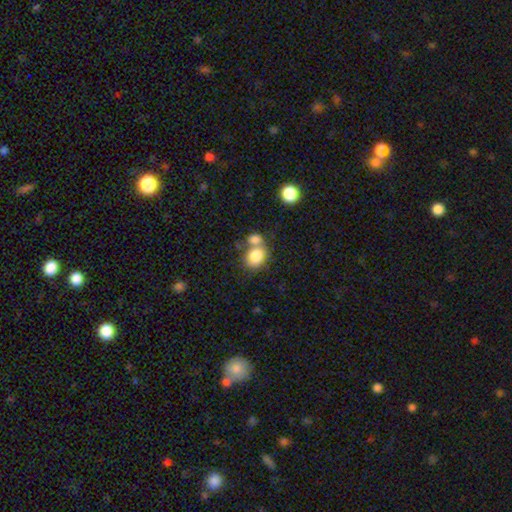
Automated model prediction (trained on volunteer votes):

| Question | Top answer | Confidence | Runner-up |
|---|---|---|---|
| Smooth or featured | smooth | 82% | featured or disk (9%) |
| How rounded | round | 54% | in between (45%) |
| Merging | merger | 46% | none (41%) |